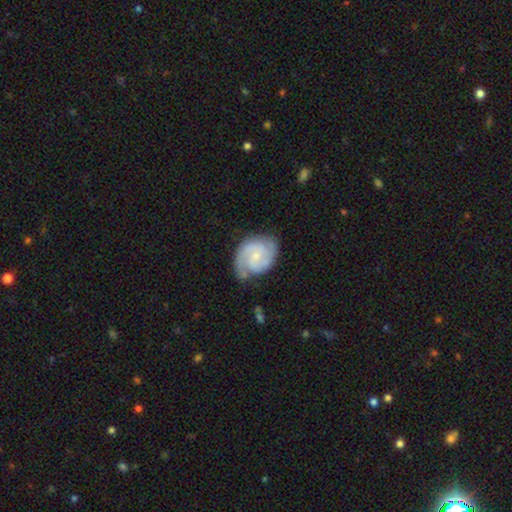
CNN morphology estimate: A featured or disk galaxy (80%) with no bar (51%), 2 (71%) tight (46%) spiral arms (96%) and a small central bulge (63%). Merging: none (65%).